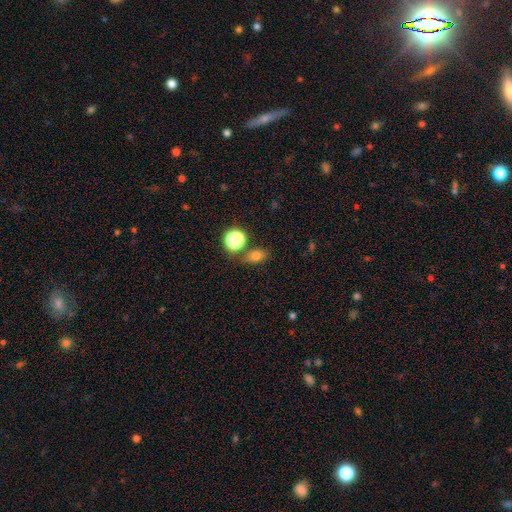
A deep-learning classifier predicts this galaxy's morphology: Overall: smooth (73%). How rounded: in between (68%; round 28%). Merging: none (74%).